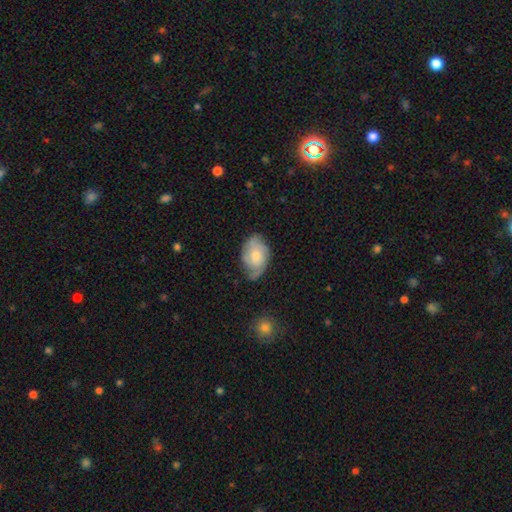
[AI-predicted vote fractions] featured or disk 47% (tied), smooth 47% (tied), star or artifact 6%. Down the decision tree: merging — none (51%).